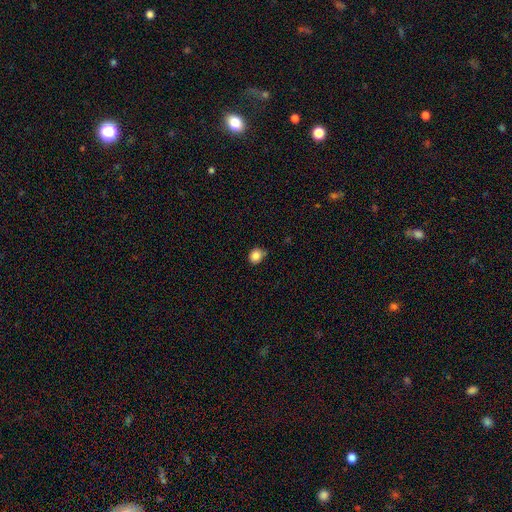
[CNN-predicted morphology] smooth 85%, star or artifact 10%, featured or disk 5%. Down the decision tree: how rounded — round (72%); merging — none (70%).